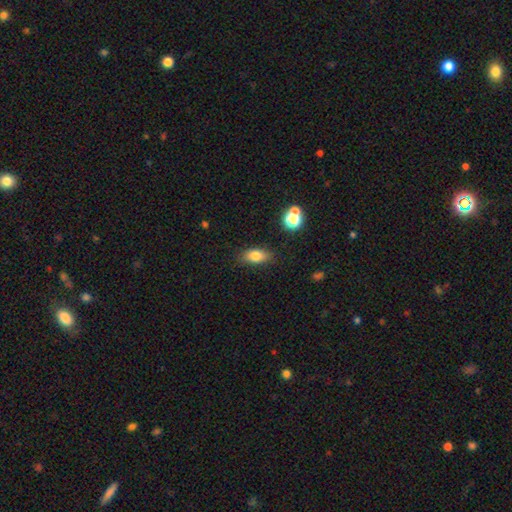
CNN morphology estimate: smooth_or_featured: smooth (p=0.79) [alt: featured or disk p=0.11]
how_rounded: in between (p=0.82) [alt: cigar-shaped p=0.10]
merging: none (p=0.83) [alt: minor disturbance p=0.12]